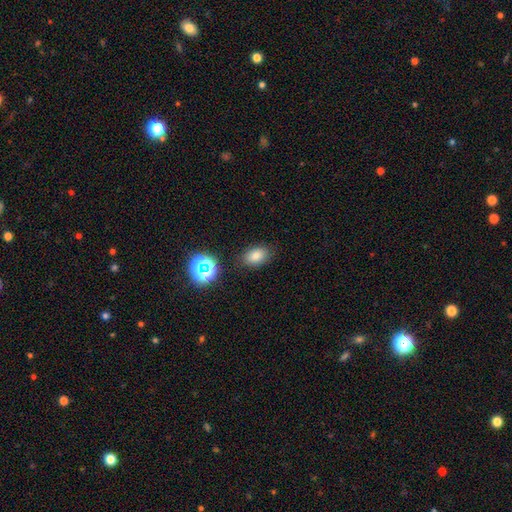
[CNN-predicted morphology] smooth-or-featured: smooth: 77% | star or artifact: 15% | featured or disk: 8%
  how-rounded: in between: 82% | round: 16% | cigar-shaped: 1%
  merging: none: 83% | minor disturbance: 11% | major disturbance: 3% | merger: 3%